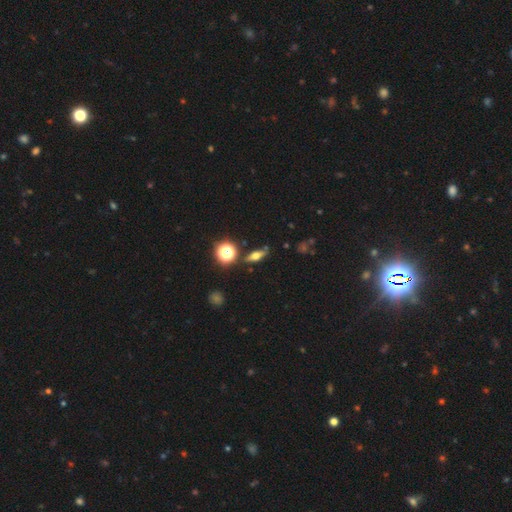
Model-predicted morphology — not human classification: Smooth or featured? smooth (43%)
Merging? none (82%)